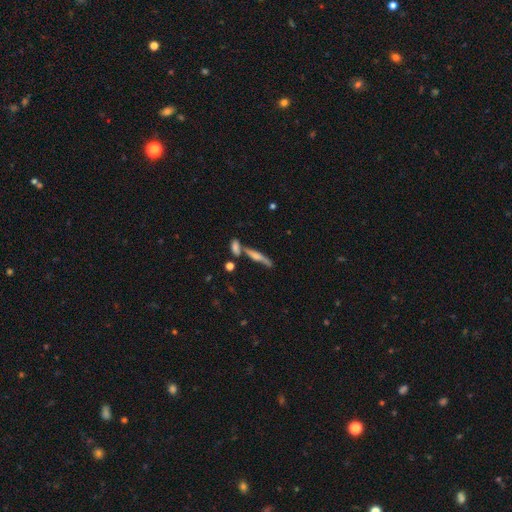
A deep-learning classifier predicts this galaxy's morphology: smooth-or-featured: featured or disk: 60% | smooth: 29% | star or artifact: 11%
  disk-edge-on: yes: 86% | no: 14%
    edge-on-bulge: rounded: 74% | none: 13% | boxy: 13%
  merging: none: 61% | merger: 21% | minor disturbance: 13% | major disturbance: 5%